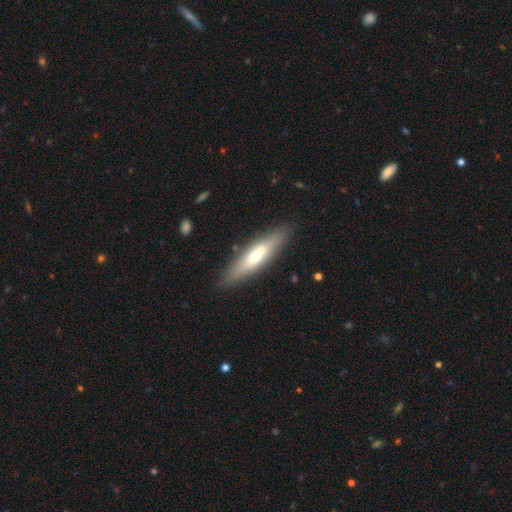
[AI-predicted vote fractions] Smooth or featured? Predicted: smooth (p=0.51). How rounded? Predicted: cigar-shaped (p=0.75). Merging? Predicted: none (p=0.88).